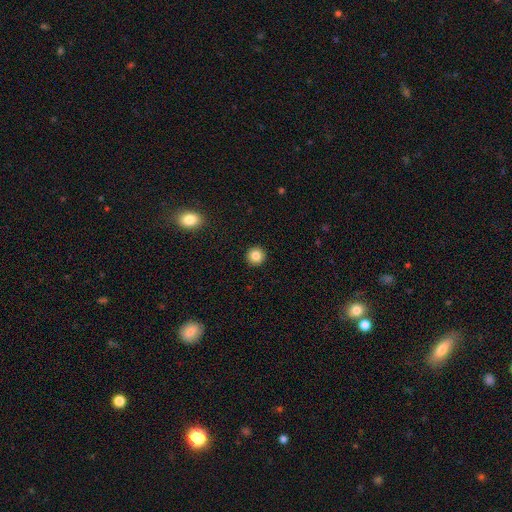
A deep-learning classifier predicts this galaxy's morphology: A smooth galaxy with no disk features (85%) that is round (95%).

Vote fractions:
- Smooth or featured? smooth: 85% / star or artifact: 10% / featured or disk: 6%
- How rounded? round: 95% / in between: 4% / cigar-shaped: 1%
- Merging? none: 93% / minor disturbance: 4% / major disturbance: 2% / merger: 1%